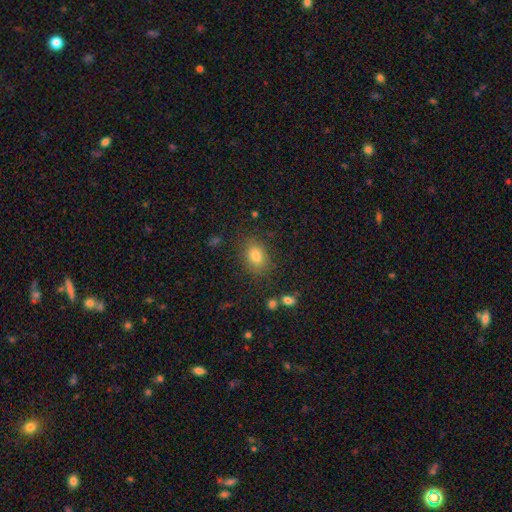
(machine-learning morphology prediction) smooth-or-featured: smooth: 80% | star or artifact: 12% | featured or disk: 8%
  how-rounded: in between: 70% | round: 29% | cigar-shaped: 1%
  merging: none: 83% | minor disturbance: 11% | major disturbance: 3% | merger: 2%